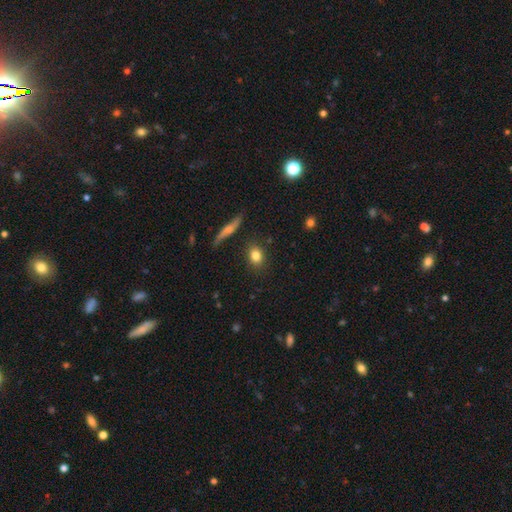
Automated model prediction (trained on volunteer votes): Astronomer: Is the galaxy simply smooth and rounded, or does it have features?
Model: smooth — 82%.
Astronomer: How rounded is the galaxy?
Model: in between — 48%, tied with round at 48%.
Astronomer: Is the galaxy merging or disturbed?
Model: none — 85%.